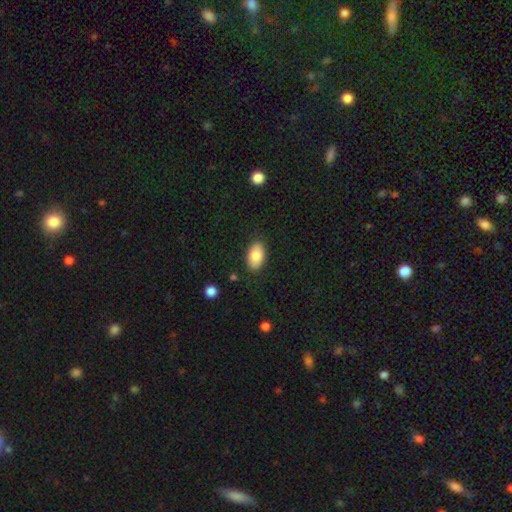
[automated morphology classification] type=smooth (84%); roundness=in between (93%); merging=none (86%).